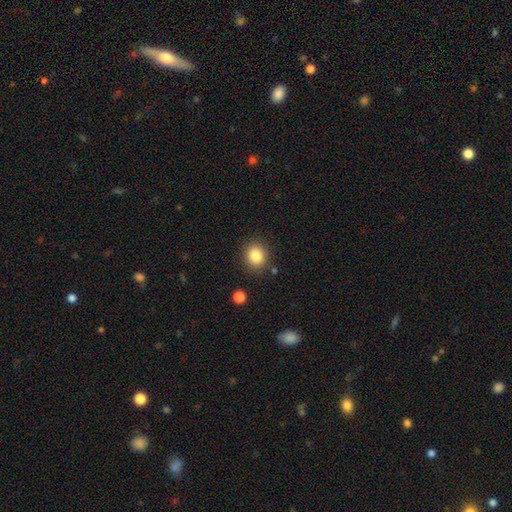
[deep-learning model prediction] This is clearly a smooth galaxy (85%). How rounded: likely round (77%). Merging: clearly none (86%).